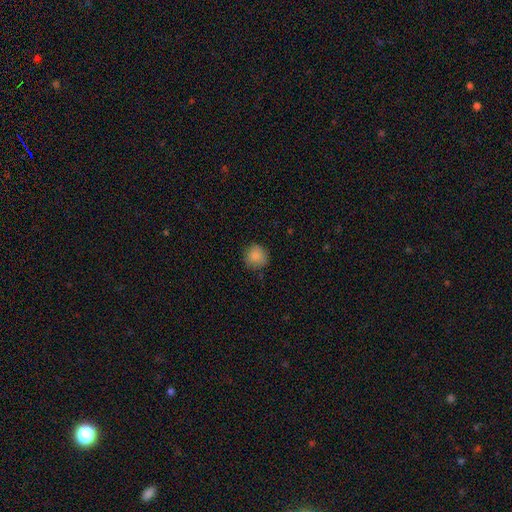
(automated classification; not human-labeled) Smooth or featured? Predicted: smooth (p=0.86). How rounded? Predicted: round (p=0.91). Merging? Predicted: none (p=0.85).